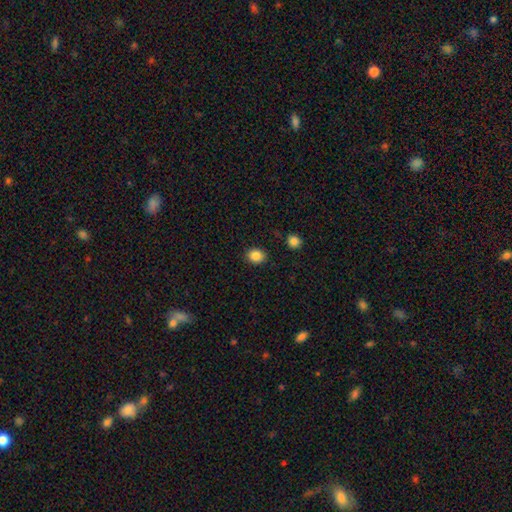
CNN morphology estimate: The model was most divided on "how rounded": round: 68%, in between: 31%, cigar-shaped: 1%. More confident: merging — none (89%); smooth or featured — smooth (86%).